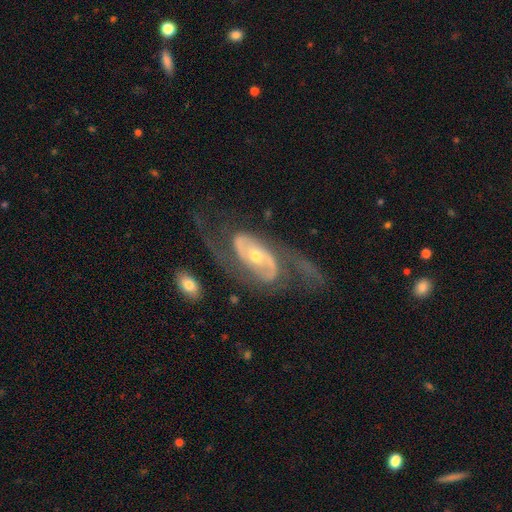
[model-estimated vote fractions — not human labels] featured or disk 89%, smooth 6%, star or artifact 5%. Down the decision tree: edge-on disk — no (95%); bar — no (51%); spiral arms — yes (95%); spiral arm count — 2 (89%); spiral winding — medium (47%); bulge size — moderate (53%); merging — none (59%).